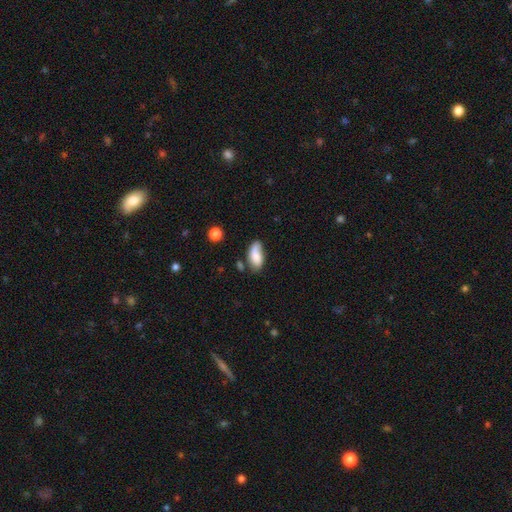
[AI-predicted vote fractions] Overall: smooth (73%). How rounded: in between (90%). Merging: none (48%; minor disturbance 31%).